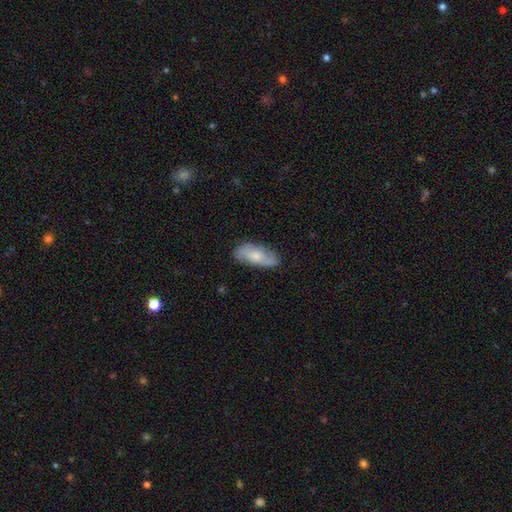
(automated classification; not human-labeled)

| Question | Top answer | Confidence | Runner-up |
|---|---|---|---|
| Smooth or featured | smooth | 51% | featured or disk (43%) |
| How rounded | in between | 83% | cigar-shaped (14%) |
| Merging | none | 75% | minor disturbance (19%) |